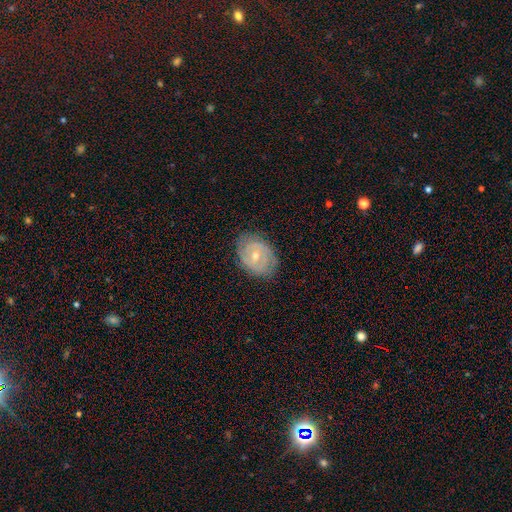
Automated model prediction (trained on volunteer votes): Smooth or featured? Predicted: featured or disk (p=0.76). Edge-on disk? Predicted: no (p=0.96). Bar? Predicted: no (p=0.60). Spiral arms? Predicted: yes (p=0.87). Spiral winding? Predicted: tight (p=0.70). Spiral arm count? Predicted: 2 (p=0.47). Bulge size? Predicted: small (p=0.51). Merging? Predicted: none (p=0.79).